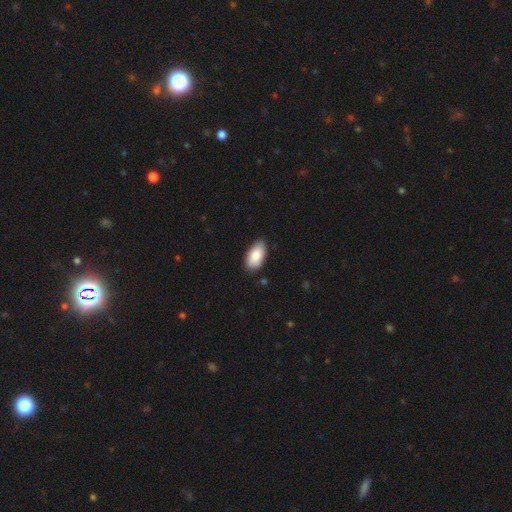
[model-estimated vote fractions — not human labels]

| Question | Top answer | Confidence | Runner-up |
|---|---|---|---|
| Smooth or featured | smooth | 87% | featured or disk (7%) |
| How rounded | in between | 95% | round (3%) |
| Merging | none | 84% | minor disturbance (13%) |